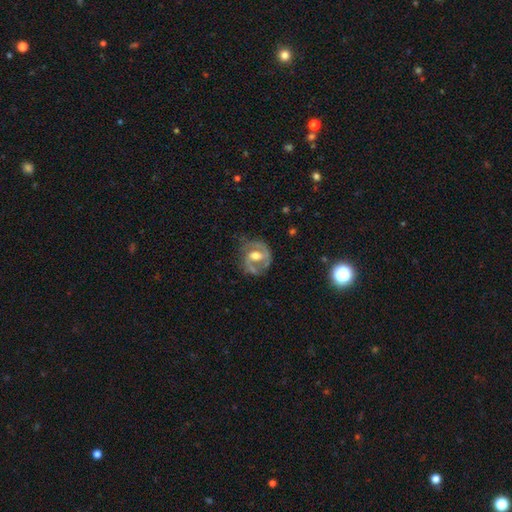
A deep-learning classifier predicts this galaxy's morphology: smooth_or_featured: featured or disk (p=0.77) [alt: smooth p=0.17]
disk_edge_on: no (p=0.97) [alt: yes p=0.03]
bar: weak (p=0.43) [alt: no p=0.36]
has_spiral_arms: yes (p=0.79) [alt: no p=0.21]
spiral_winding: medium (p=0.44) [alt: tight p=0.40]
spiral_arm_count: 2 (p=0.66) [alt: 1 p=0.16]
bulge_size: moderate (p=0.69) [alt: large p=0.15]
merging: none (p=0.58) [alt: minor disturbance p=0.24]